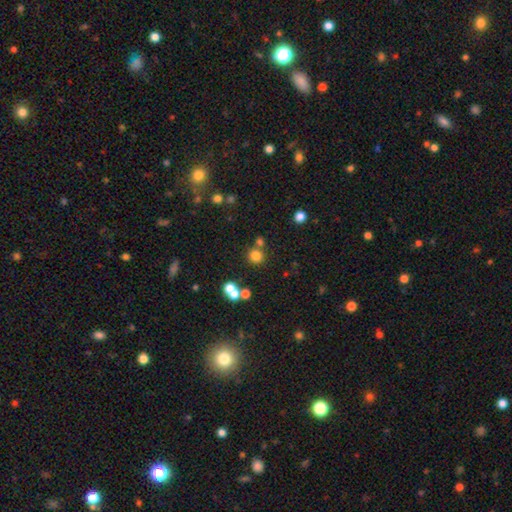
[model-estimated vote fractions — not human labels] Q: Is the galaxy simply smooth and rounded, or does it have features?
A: smooth — 76%.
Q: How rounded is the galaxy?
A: round — 92%.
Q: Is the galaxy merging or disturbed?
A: none — 73%.